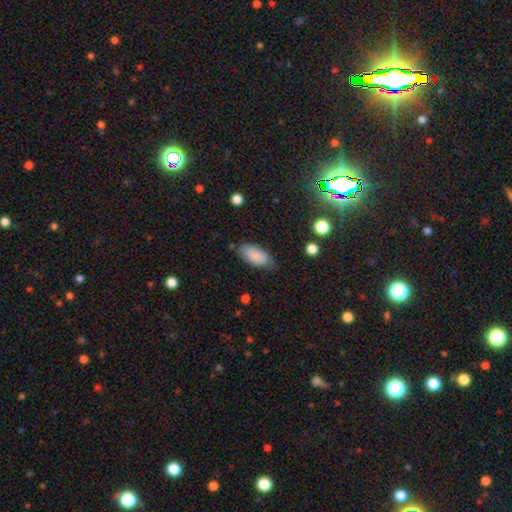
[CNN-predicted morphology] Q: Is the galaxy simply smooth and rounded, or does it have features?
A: smooth — 82%.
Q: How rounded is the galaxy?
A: in between — 92%.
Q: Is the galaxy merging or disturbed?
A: none — 65%.